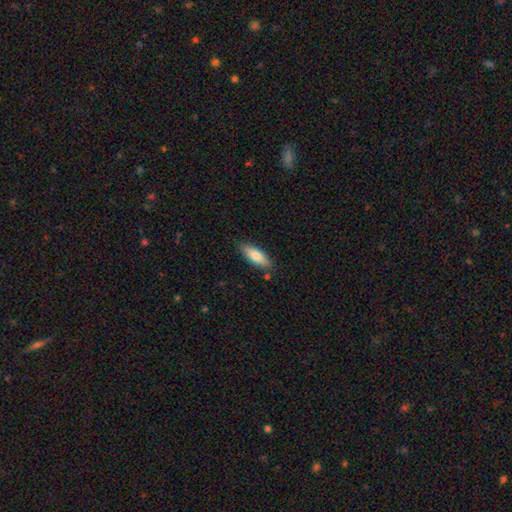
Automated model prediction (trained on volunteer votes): This is likely a smooth galaxy (75%). How rounded: possibly in between (58%). Merging: clearly none (83%).